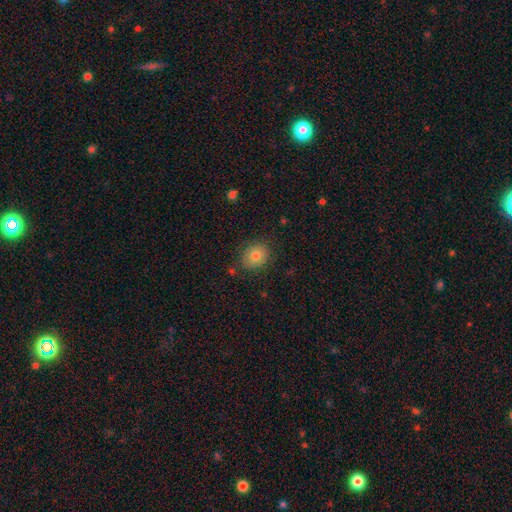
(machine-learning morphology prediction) A smooth galaxy with no disk features (79%) that is round (63%). Merging: none (80%).